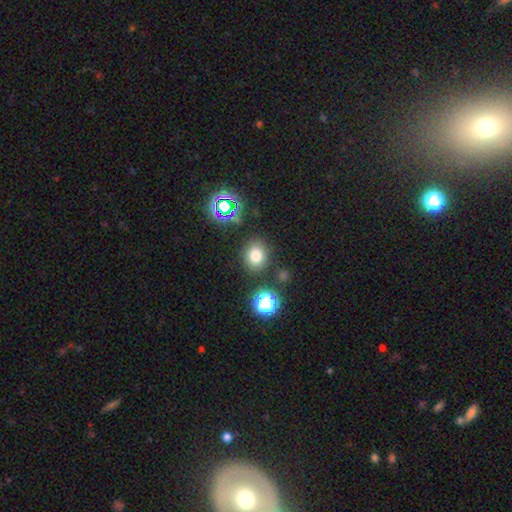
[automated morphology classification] smooth_or_featured: smooth (p=0.75) [alt: star or artifact p=0.17]
how_rounded: round (p=0.66) [alt: in between p=0.33]
merging: none (p=0.83) [alt: minor disturbance p=0.09]